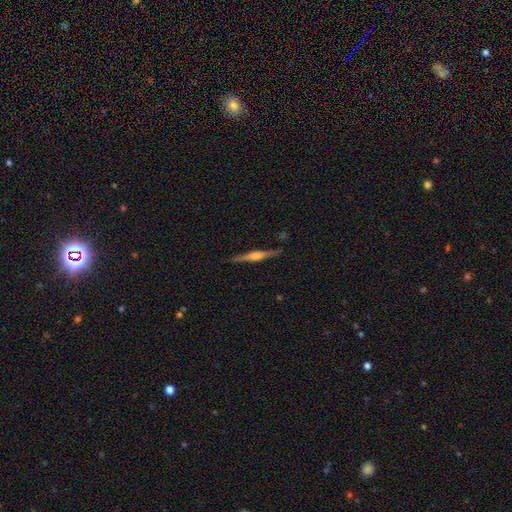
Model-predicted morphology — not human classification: smooth-or-featured: featured or disk: 73% | smooth: 20% | star or artifact: 6%
  disk-edge-on: yes: 98% | no: 2%
    edge-on-bulge: rounded: 71% | boxy: 22% | none: 7%
  merging: none: 89% | minor disturbance: 8% | major disturbance: 2% | merger: 1%